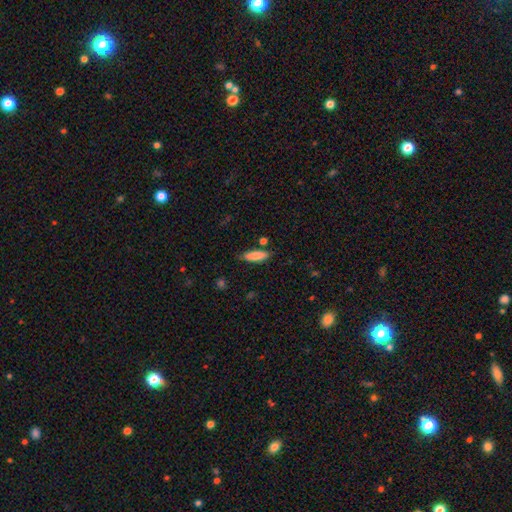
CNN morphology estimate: This is clearly a smooth galaxy (85%). How rounded: possibly cigar-shaped (52%). Merging: likely none (77%).